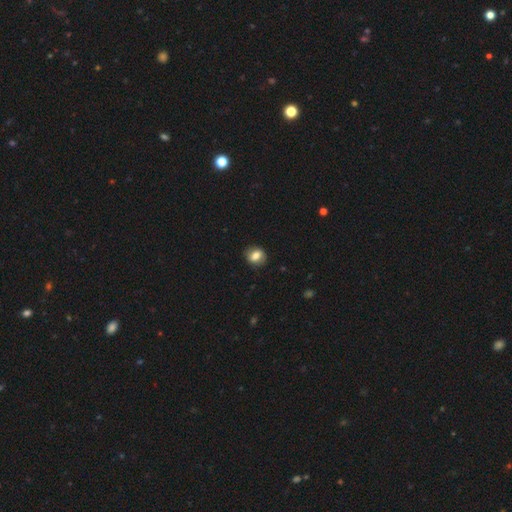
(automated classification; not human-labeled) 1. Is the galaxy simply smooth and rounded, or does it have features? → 70% smooth, 21% featured or disk, 9% star or artifact.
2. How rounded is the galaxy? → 51% round, 47% in between, 1% cigar-shaped.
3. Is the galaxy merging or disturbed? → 82% none, 13% minor disturbance, 4% major disturbance, 1% merger.